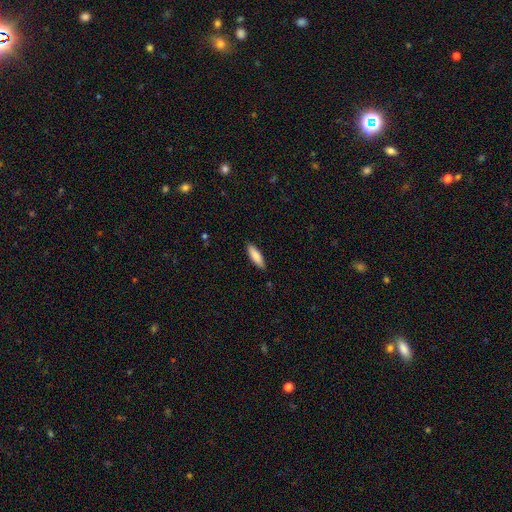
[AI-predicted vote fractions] A smooth galaxy with no disk features (85%) that is cigar-shaped (51%).

Vote fractions:
- Smooth or featured? smooth: 85% / featured or disk: 9% / star or artifact: 6%
- How rounded? cigar-shaped: 51% / in between: 48% / round: 1%
- Merging? none: 87% / minor disturbance: 10% / major disturbance: 2% / merger: 1%